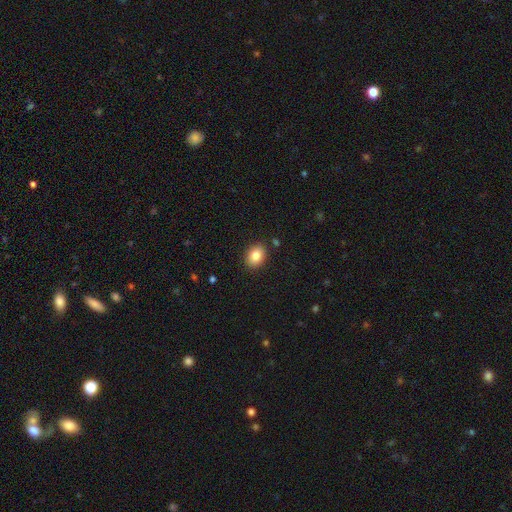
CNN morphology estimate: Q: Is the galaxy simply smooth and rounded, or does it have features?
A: smooth — 85%.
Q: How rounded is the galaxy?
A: in between — 70%.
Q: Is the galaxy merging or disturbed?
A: none — 88%.